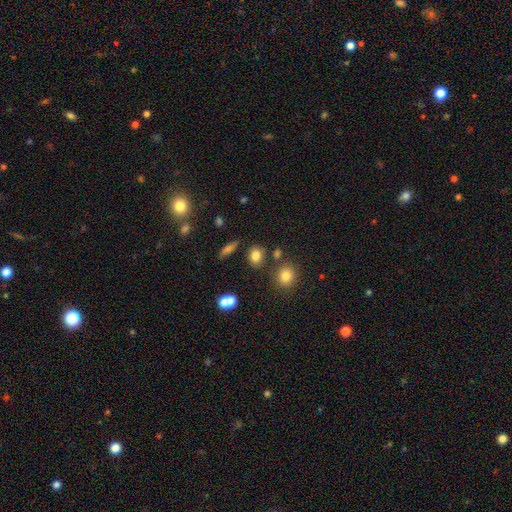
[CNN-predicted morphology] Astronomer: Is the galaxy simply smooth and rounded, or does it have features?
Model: smooth — 80%.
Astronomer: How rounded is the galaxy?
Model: in between — 56% (runner-up: round, 42%).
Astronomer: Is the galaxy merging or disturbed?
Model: none — 78%.